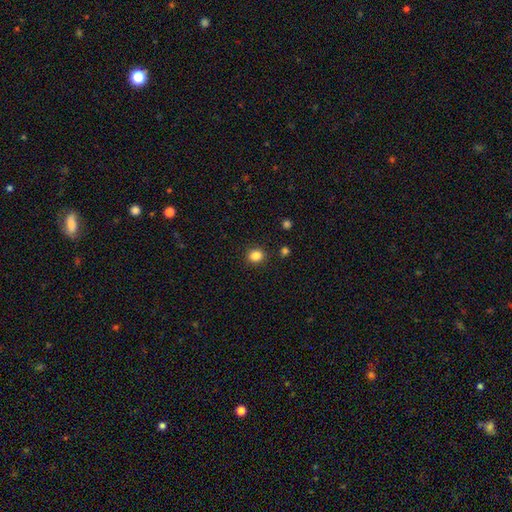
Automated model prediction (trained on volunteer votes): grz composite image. It shows a smooth galaxy with no disk features (85%) that is round (76%). Merging: none (89%).